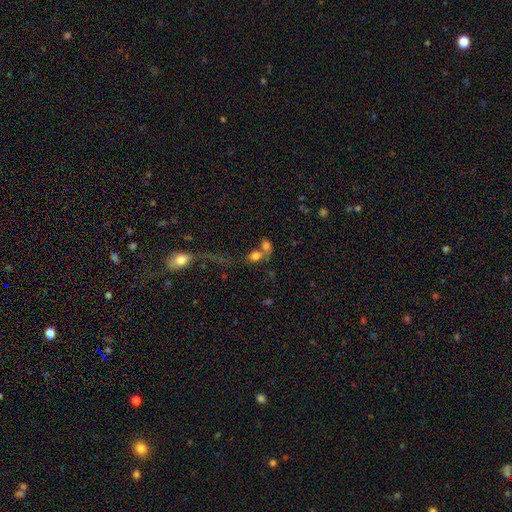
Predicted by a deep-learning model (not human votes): Smooth or featured? smooth (73%)
How rounded? in between (58%)
Merging? merger (60%)